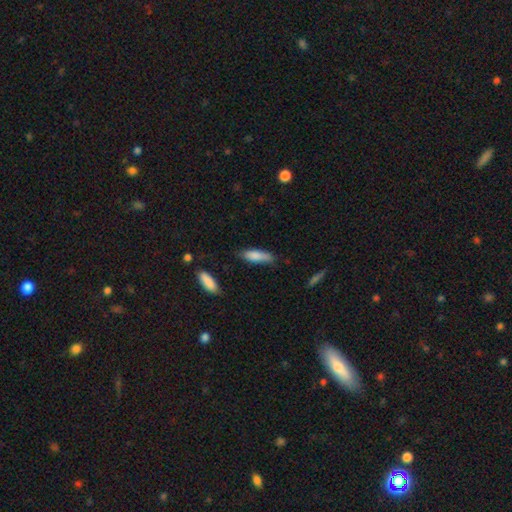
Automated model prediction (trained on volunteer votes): smooth 83%, featured or disk 10%, star or artifact 6%. Down the decision tree: how rounded — cigar-shaped (56%); merging — none (68%).